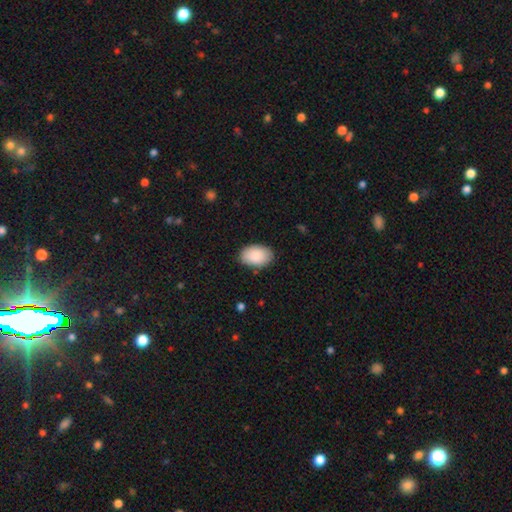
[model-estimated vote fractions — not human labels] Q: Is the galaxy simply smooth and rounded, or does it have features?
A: smooth — 88%.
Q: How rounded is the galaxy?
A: in between — 91%.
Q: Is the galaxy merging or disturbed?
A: none — 86%.